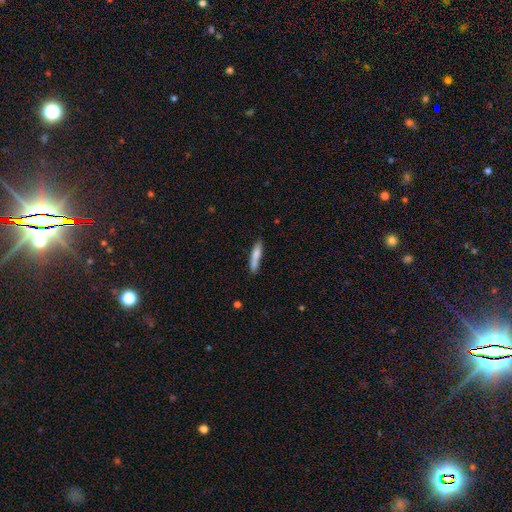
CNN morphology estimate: type=smooth (76%); roundness=cigar-shaped (87%); merging=none (76%).